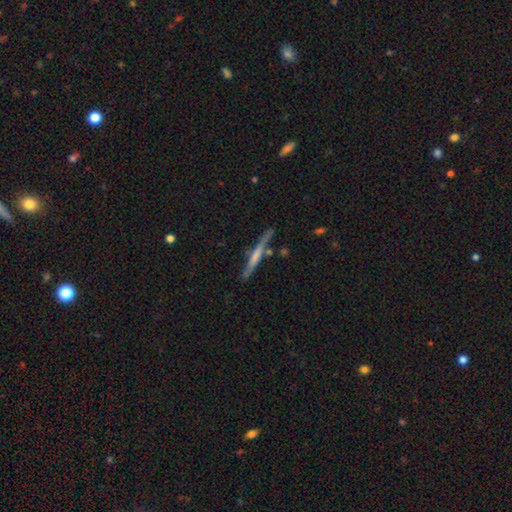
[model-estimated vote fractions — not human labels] A featured or disk galaxy (59%) viewed edge-on (95%) with no central bulge (52%). Merging: none (79%).